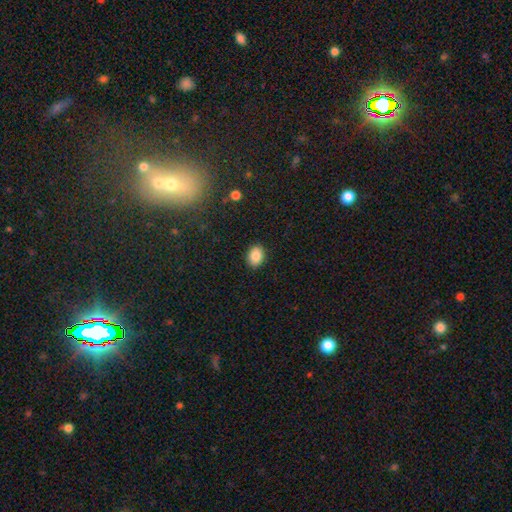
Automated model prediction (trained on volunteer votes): A smooth galaxy with no disk features (86%) that is in between round and cigar-shaped (64%). Merging: none (90%).